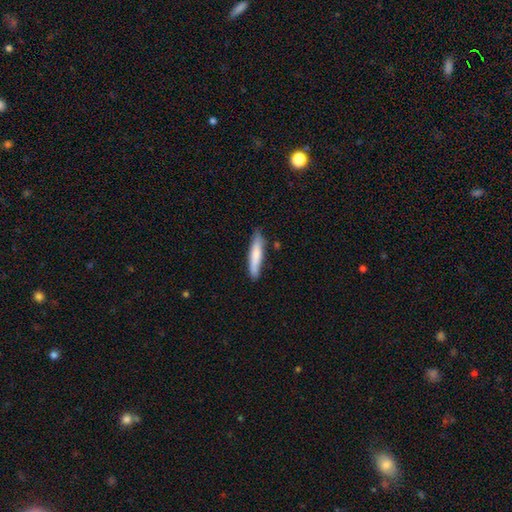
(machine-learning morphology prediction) Smooth or featured? smooth (76%)
How rounded? cigar-shaped (86%)
Merging? none (78%)